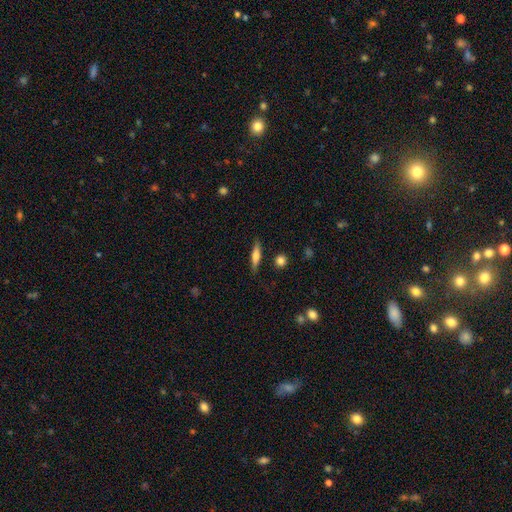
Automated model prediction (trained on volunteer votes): A smooth galaxy with no disk features (59%) that is cigar-shaped (79%).

Vote fractions:
- Smooth or featured? smooth: 59% / featured or disk: 34% / star or artifact: 7%
- How rounded? cigar-shaped: 79% / in between: 18% / round: 3%
- Merging? none: 85% / minor disturbance: 11% / major disturbance: 2% / merger: 2%